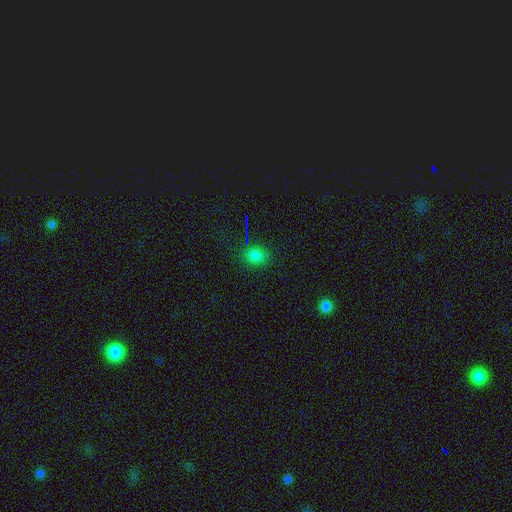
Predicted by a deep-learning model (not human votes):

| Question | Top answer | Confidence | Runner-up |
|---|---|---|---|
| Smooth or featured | smooth | 78% | star or artifact (17%) |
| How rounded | in between | 53% | round (46%) |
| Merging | none | 84% | minor disturbance (11%) |